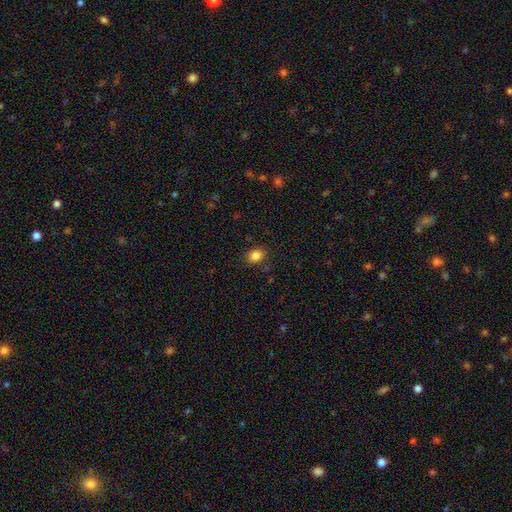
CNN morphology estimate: A smooth galaxy with no disk features (85%) that is in between round and cigar-shaped (57%). Merging: none (85%).